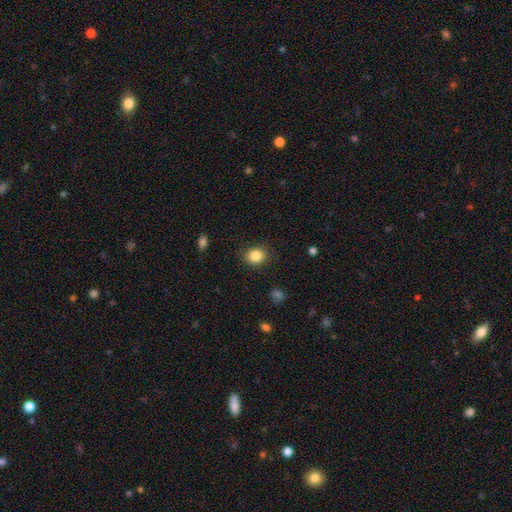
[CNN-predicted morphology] A smooth galaxy with no disk features (85%) that is round (65%). Merging: none (87%).